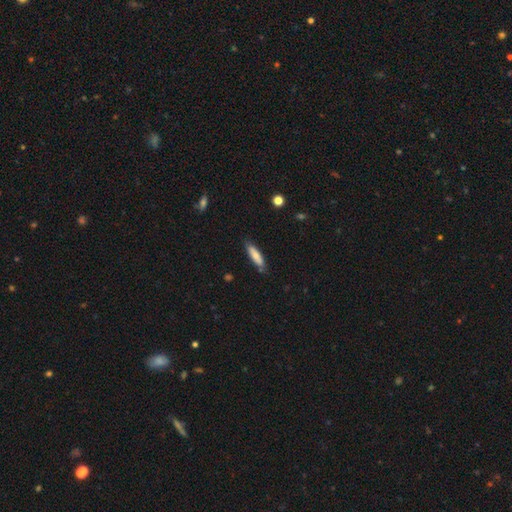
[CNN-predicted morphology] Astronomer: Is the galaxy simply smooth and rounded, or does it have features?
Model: smooth — 71%.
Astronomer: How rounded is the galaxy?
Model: cigar-shaped — 68%.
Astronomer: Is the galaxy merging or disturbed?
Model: none — 79%.